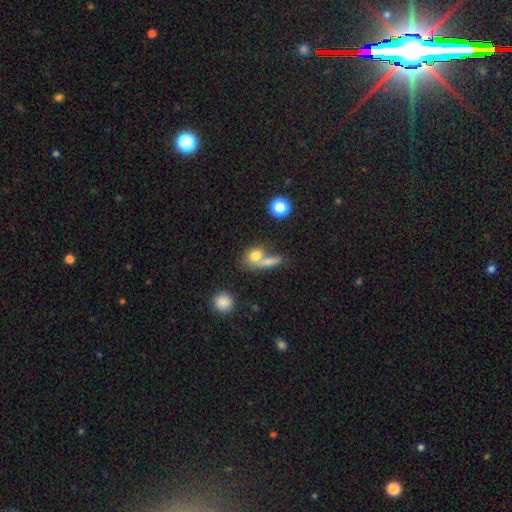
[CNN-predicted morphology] This appears to be a smooth galaxy with no disk features (75%) that is in between round and cigar-shaped (49%). Merging: merger (53%).